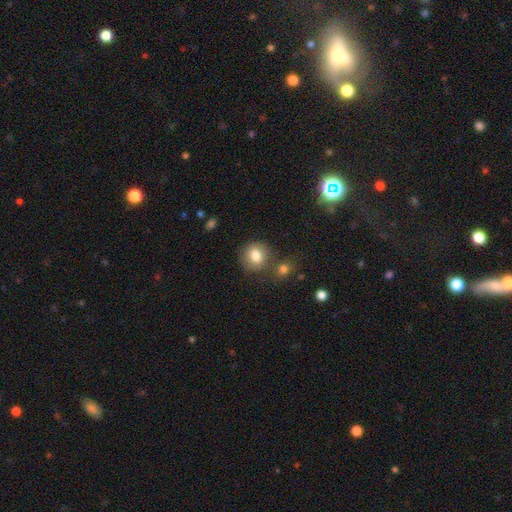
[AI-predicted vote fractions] A smooth galaxy with no disk features (81%) that is round (80%).

Vote fractions:
- Smooth or featured? smooth: 81% / star or artifact: 10% / featured or disk: 10%
- How rounded? round: 80% / in between: 19% / cigar-shaped: 1%
- Merging? none: 72% / merger: 12% / minor disturbance: 12% / major disturbance: 4%